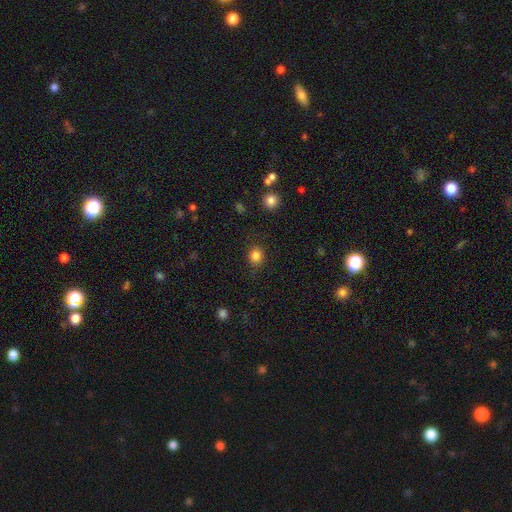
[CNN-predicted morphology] This appears to be a smooth galaxy with no disk features (84%) that is round (74%). Merging: none (81%).